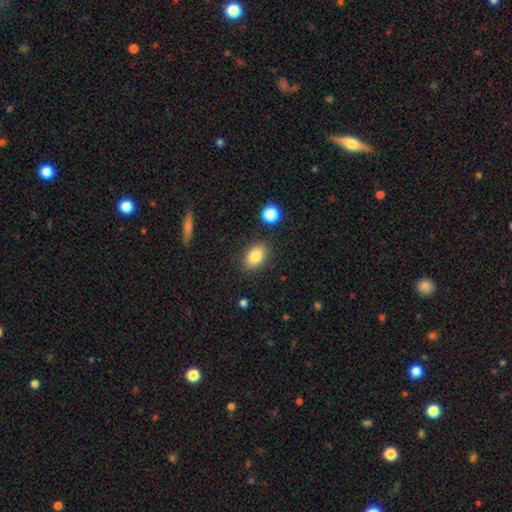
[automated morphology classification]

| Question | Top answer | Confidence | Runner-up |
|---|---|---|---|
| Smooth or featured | smooth | 84% | star or artifact (9%) |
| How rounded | in between | 82% | round (16%) |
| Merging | none | 85% | minor disturbance (10%) |